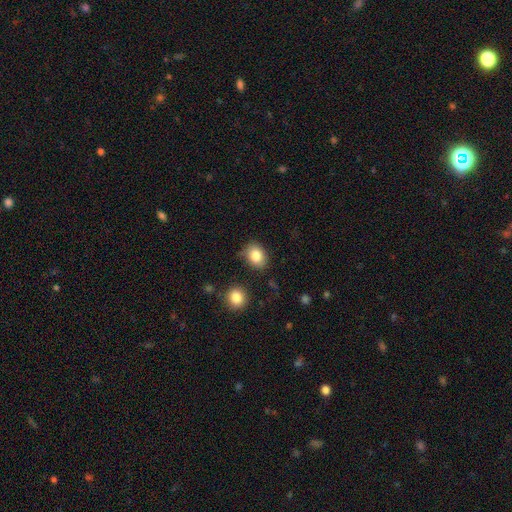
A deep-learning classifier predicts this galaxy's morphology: A smooth galaxy with no disk features (84%) that is in between round and cigar-shaped (61%).

Vote fractions:
- Smooth or featured? smooth: 84% / star or artifact: 9% / featured or disk: 7%
- How rounded? in between: 61% / round: 38% / cigar-shaped: 1%
- Merging? none: 76% / minor disturbance: 16% / major disturbance: 4% / merger: 4%